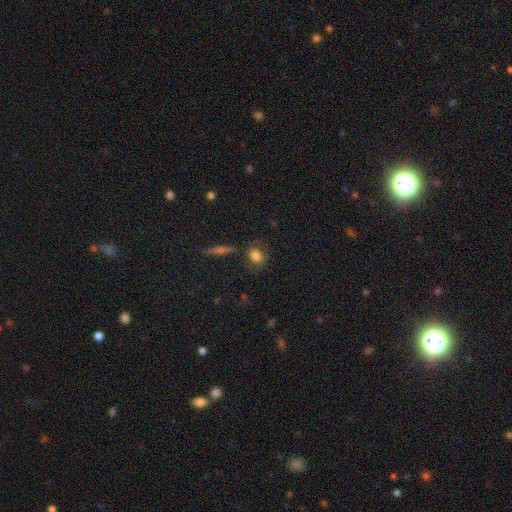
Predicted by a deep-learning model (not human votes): A smooth galaxy with no disk features (79%) that is round (49%). Merging: none (73%).